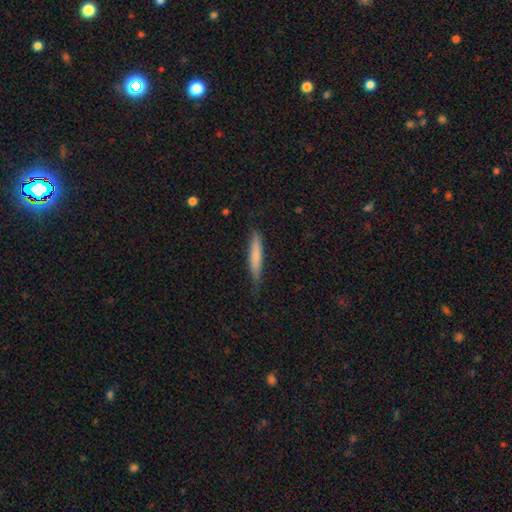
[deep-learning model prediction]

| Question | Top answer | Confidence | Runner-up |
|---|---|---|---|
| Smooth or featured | smooth | 74% | featured or disk (20%) |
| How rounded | cigar-shaped | 92% | in between (7%) |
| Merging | none | 77% | minor disturbance (19%) |